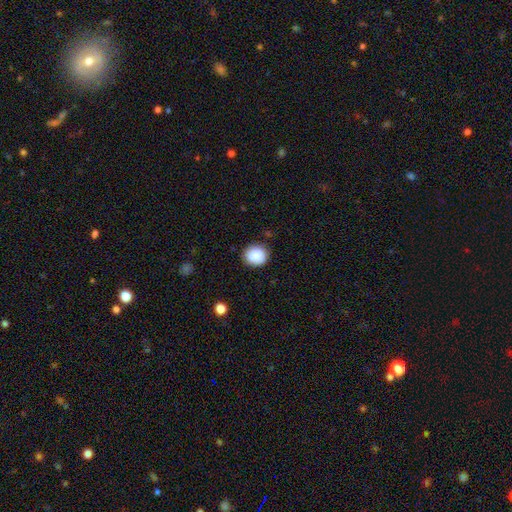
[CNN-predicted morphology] A smooth galaxy with no disk features (88%) that is round (78%). Merging: none (84%).